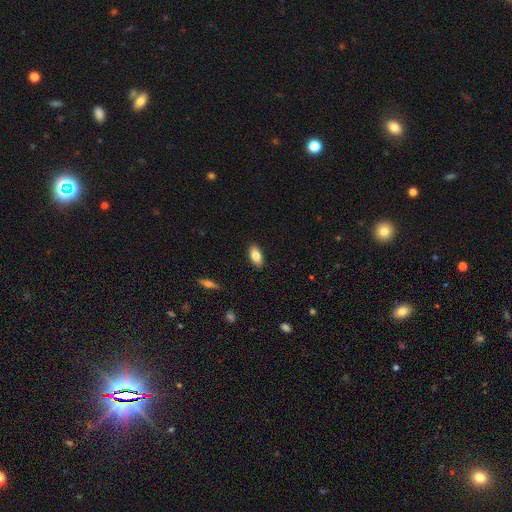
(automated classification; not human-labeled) Smooth or featured? smooth (81%)
How rounded? in between (89%)
Merging? none (89%)